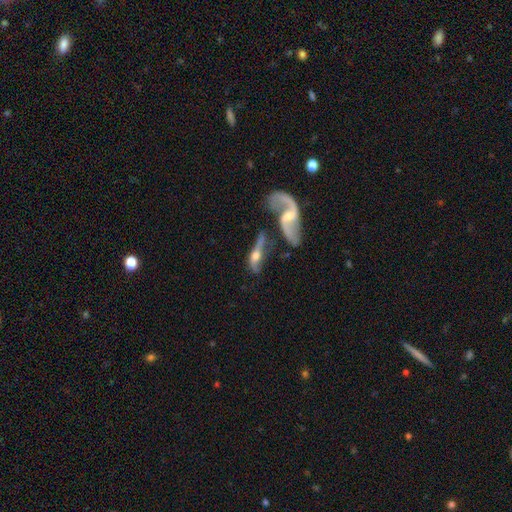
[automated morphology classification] type=featured or disk (68%); edge-on=no (55%); merging=none (36%).